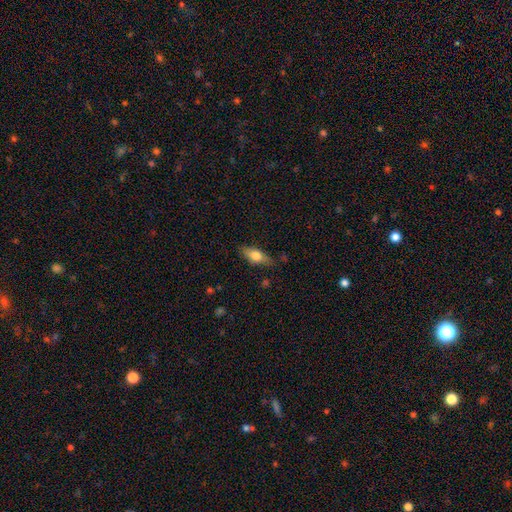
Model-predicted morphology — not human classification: This is likely a smooth galaxy (68%). How rounded: likely in between (73%). Merging: likely none (75%).